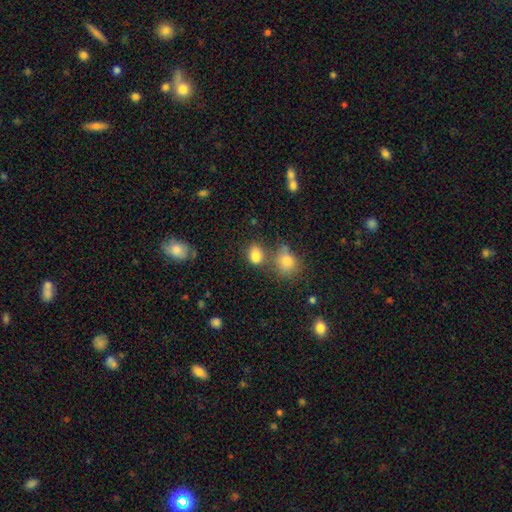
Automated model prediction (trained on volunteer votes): A smooth galaxy with no disk features (84%) that is in between round and cigar-shaped (66%). Merging: none (59%).